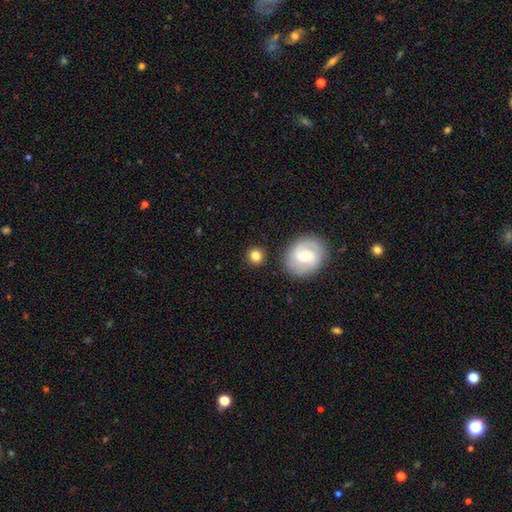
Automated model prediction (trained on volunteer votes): Overall: smooth (79%). How rounded: round (88%). Merging: none (84%).